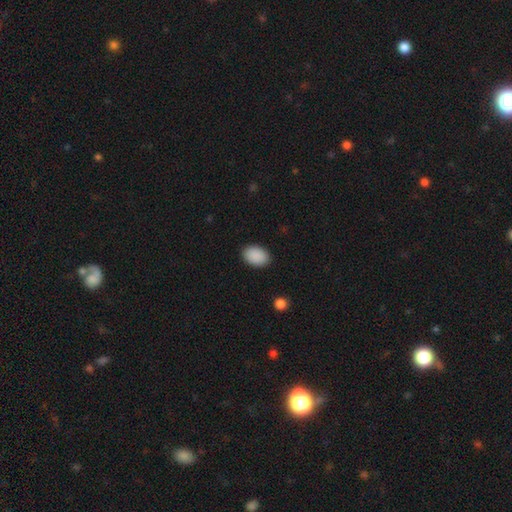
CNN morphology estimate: This is clearly a smooth galaxy (91%). How rounded: clearly in between (86%). Merging: clearly none (89%).